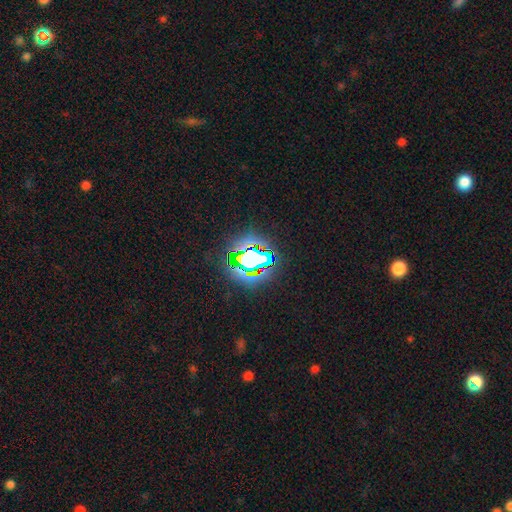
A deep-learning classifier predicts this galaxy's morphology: This appears to be a star or artifact, not a galaxy (58%).